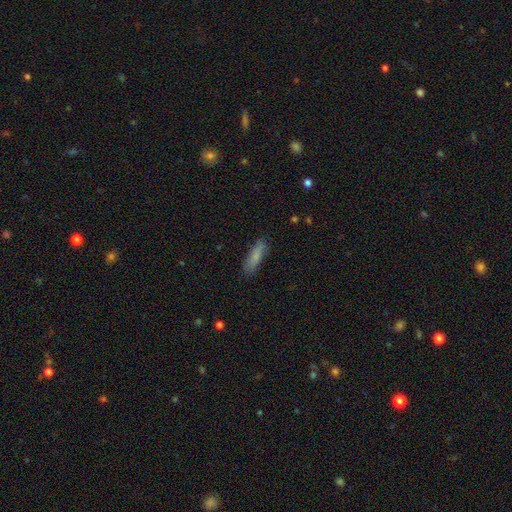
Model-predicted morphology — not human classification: Smooth or featured: smooth — 80% (featured or disk — 13%)
How rounded: cigar-shaped — 64% (in between — 34%)
Merging: none — 81% (minor disturbance — 14%)